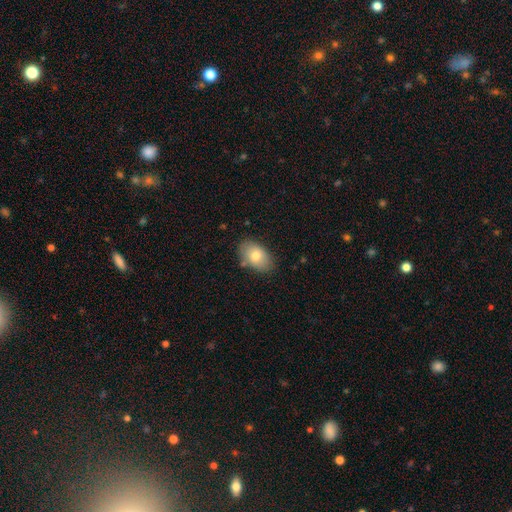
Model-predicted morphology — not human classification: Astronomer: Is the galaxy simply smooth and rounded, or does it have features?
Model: smooth — 76%.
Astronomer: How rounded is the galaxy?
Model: in between — 89%.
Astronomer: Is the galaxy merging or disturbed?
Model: none — 78%.